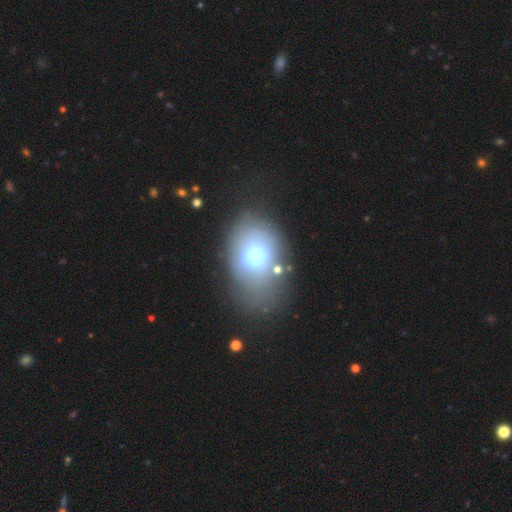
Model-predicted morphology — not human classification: smooth-or-featured: smooth: 63% | featured or disk: 26% | star or artifact: 11%
  how-rounded: in between: 79% | round: 19% | cigar-shaped: 1%
  merging: none: 50% | minor disturbance: 24% | major disturbance: 18% | merger: 8%